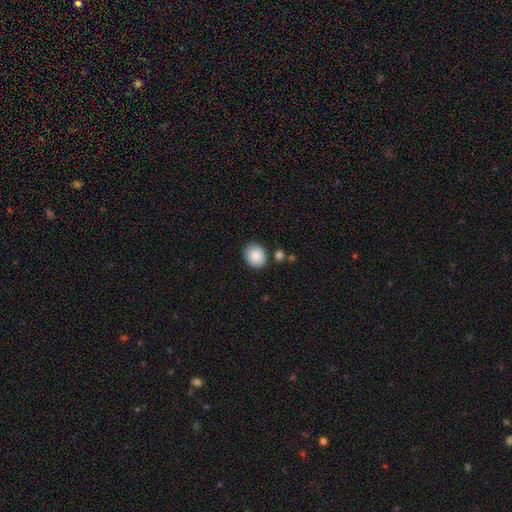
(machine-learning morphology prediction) A smooth galaxy with no disk features (88%) that is round (63%). Merging: none (83%).